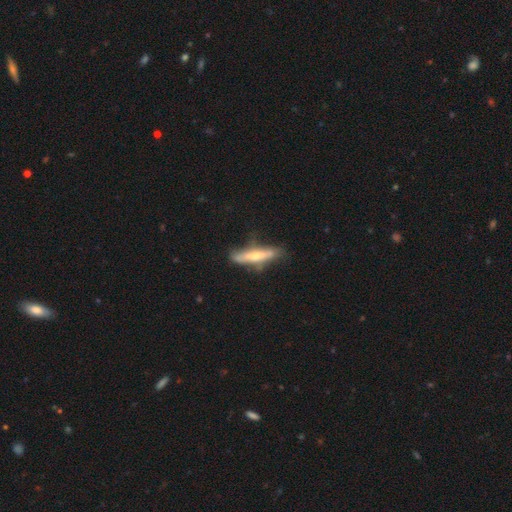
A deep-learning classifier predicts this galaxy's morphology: smooth-or-featured: featured or disk: 47% (tied) | smooth: 47% (tied) | star or artifact: 6%
  merging: none: 67% | minor disturbance: 23% | major disturbance: 7% | merger: 3%